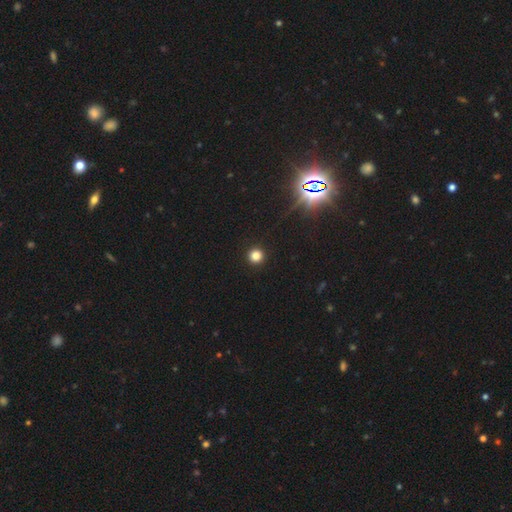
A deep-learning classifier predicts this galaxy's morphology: This is clearly a smooth galaxy (82%). How rounded: clearly round (96%). Merging: clearly none (94%).